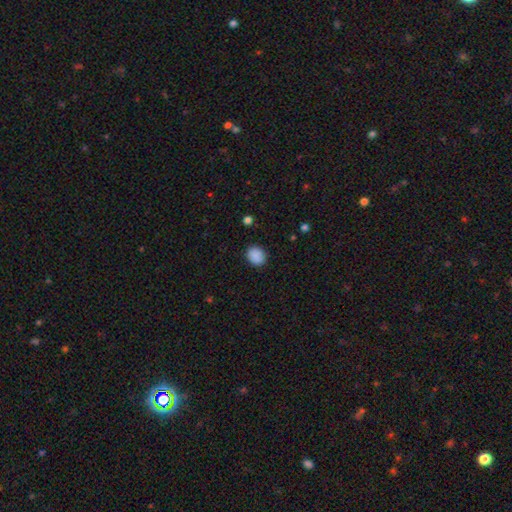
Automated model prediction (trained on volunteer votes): This appears to be a smooth galaxy with no disk features (89%) that is round (59%). Merging: none (87%).